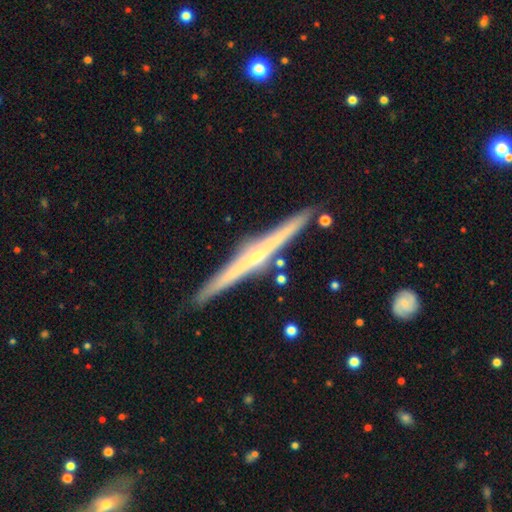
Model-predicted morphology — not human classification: Q: Smooth or featured?
A: featured or disk (79%); runner-up: smooth (16%)
Q: Edge-on disk?
A: yes (98%); runner-up: no (2%)
Q: Edge-on bulge?
A: rounded (67%); runner-up: none (27%)
Q: Merging?
A: none (90%); runner-up: minor disturbance (7%)